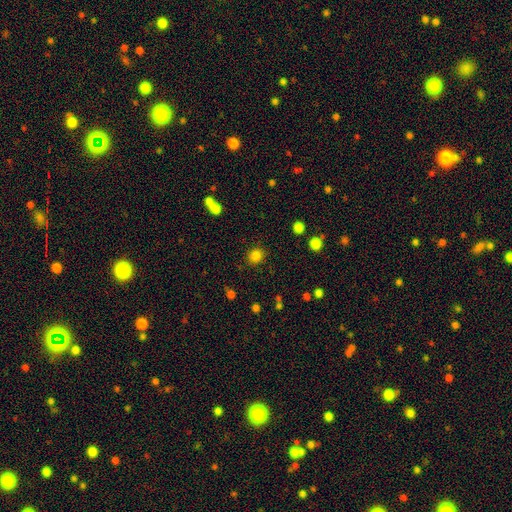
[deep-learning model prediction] Smooth or featured?
  - smooth: 83% *
  - star or artifact: 12%
  - featured or disk: 5%
How rounded?
  - round: 78% *
  - in between: 21%
  - cigar-shaped: 1%
Merging?
  - none: 88% *
  - minor disturbance: 7%
  - major disturbance: 3%
  - merger: 2%